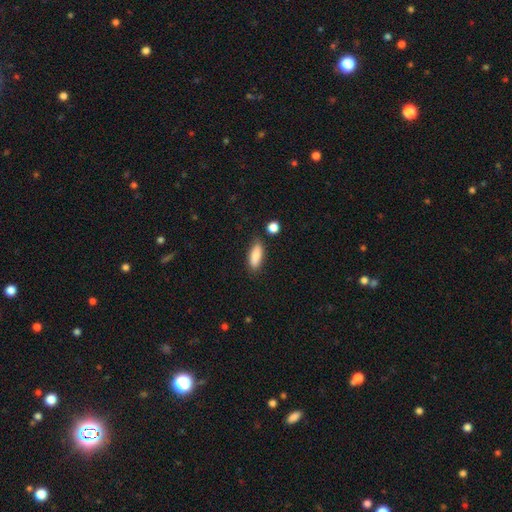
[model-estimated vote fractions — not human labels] Smooth or featured: smooth — 86% (featured or disk — 7%)
How rounded: in between — 66% (cigar-shaped — 31%)
Merging: none — 79% (minor disturbance — 14%)